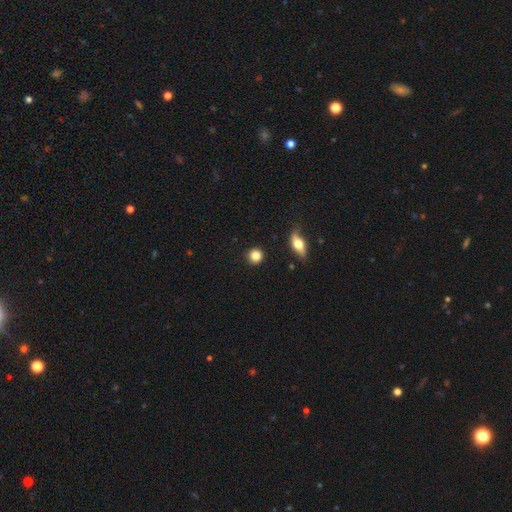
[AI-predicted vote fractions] smooth-or-featured: smooth: 85% | star or artifact: 9% | featured or disk: 6%
  how-rounded: round: 91% | in between: 7% | cigar-shaped: 1%
  merging: none: 90% | minor disturbance: 6% | major disturbance: 2% | merger: 2%